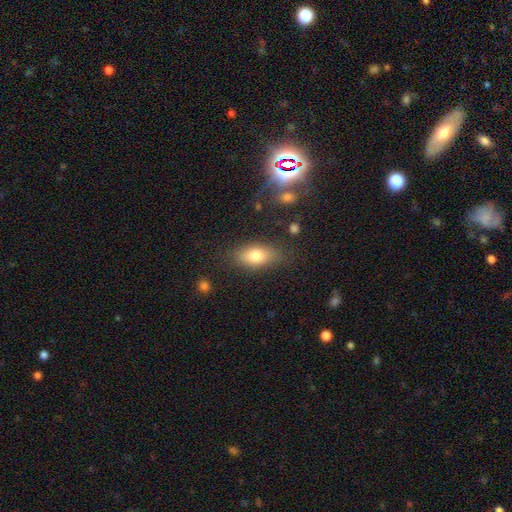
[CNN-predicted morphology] A smooth galaxy with no disk features (75%) that is in between round and cigar-shaped (83%). Merging: none (78%).